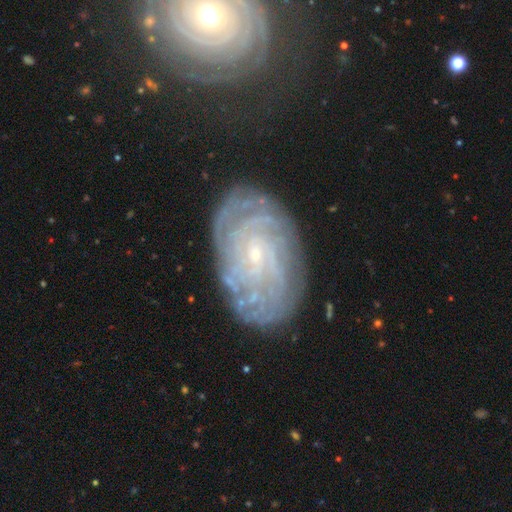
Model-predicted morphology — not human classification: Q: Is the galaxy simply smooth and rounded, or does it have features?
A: featured or disk — 82%.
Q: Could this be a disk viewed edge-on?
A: no — 96%.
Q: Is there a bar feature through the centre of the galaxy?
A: no — 60%.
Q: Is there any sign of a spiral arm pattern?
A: yes — 95%.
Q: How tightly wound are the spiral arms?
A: tight — 79%.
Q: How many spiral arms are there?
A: can't tell — 36%.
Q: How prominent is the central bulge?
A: small — 85%.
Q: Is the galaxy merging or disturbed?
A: none — 78%.